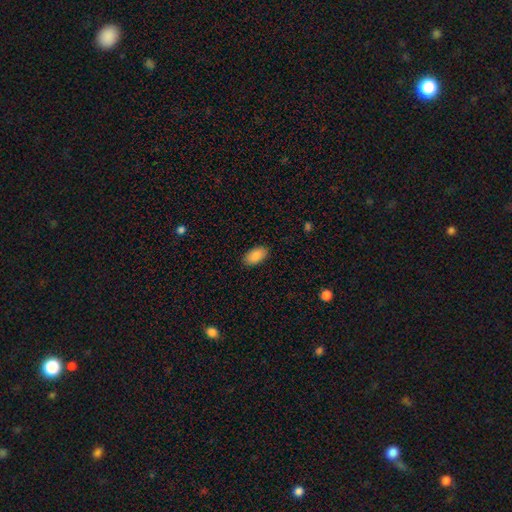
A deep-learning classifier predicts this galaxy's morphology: Smooth or featured? smooth (90%)
How rounded? in between (95%)
Merging? none (88%)